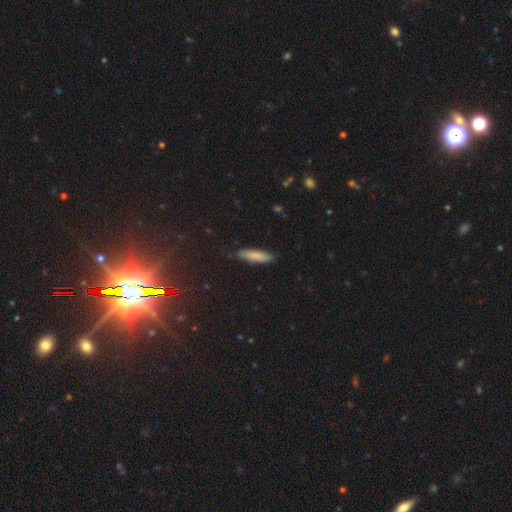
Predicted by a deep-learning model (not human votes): smooth-or-featured: smooth: 81% | featured or disk: 12% | star or artifact: 7%
  how-rounded: cigar-shaped: 70% | in between: 28% | round: 2%
  merging: none: 82% | minor disturbance: 14% | major disturbance: 2% | merger: 1%